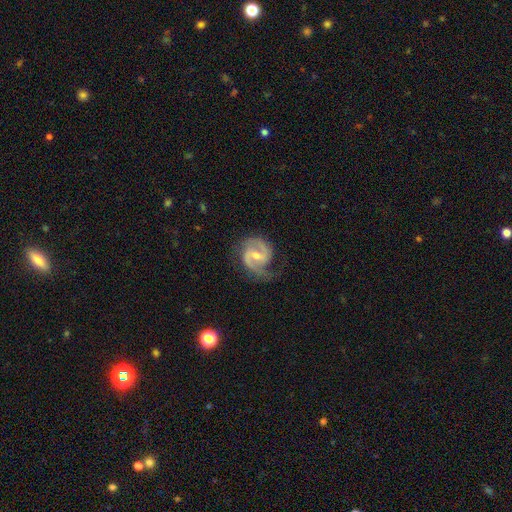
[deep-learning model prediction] Q: Smooth or featured?
A: featured or disk (89%); runner-up: smooth (6%)
Q: Edge-on disk?
A: no (98%); runner-up: yes (2%)
Q: Bar?
A: weak (55%); runner-up: strong (28%)
Q: Spiral arms?
A: yes (97%); runner-up: no (3%)
Q: Spiral winding?
A: medium (57%); runner-up: tight (26%)
Q: Spiral arm count?
A: 2 (89%); runner-up: can't tell (3%)
Q: Bulge size?
A: moderate (50%); runner-up: small (44%)
Q: Merging?
A: none (68%); runner-up: minor disturbance (21%)